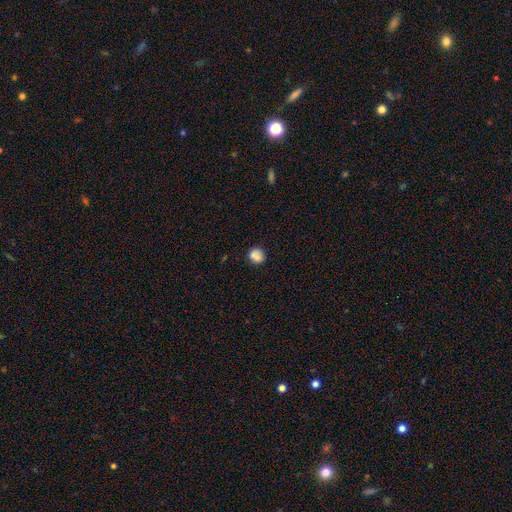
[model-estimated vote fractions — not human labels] Overall: smooth (83%). How rounded: round (79%). Merging: none (70%).